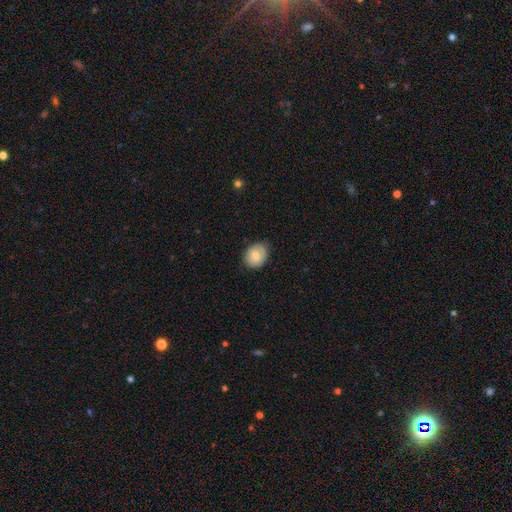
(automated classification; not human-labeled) This appears to be a smooth galaxy with no disk features (75%) that is round (53%). Merging: none (77%).